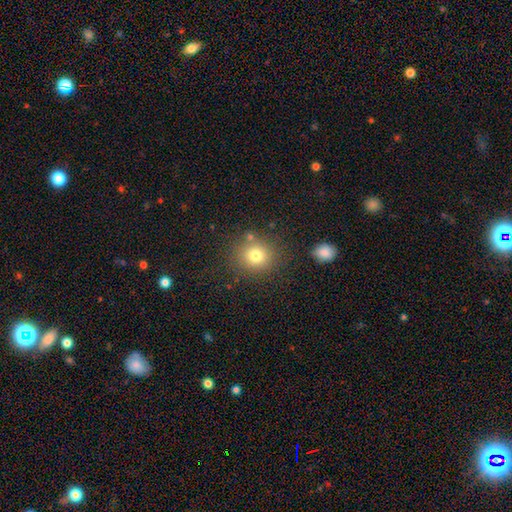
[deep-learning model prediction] Smooth or featured? smooth (77%)
How rounded? round (86%)
Merging? none (80%)